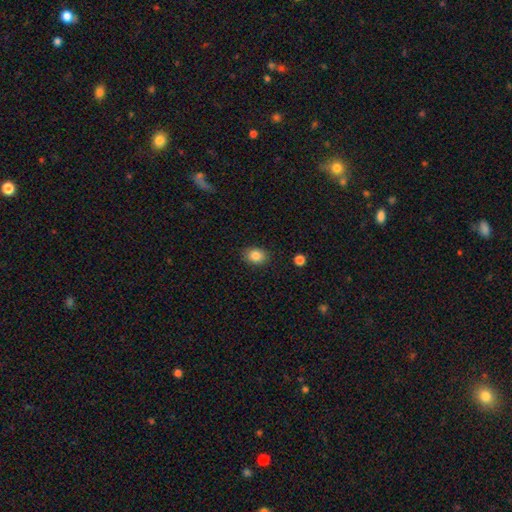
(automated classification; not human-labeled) Smooth or featured? smooth (85%)
How rounded? in between (62%)
Merging? none (87%)